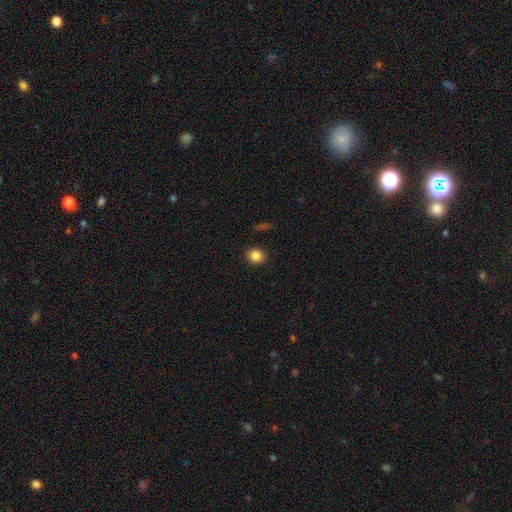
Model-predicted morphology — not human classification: Overall: smooth (85%). How rounded: round (76%). Merging: none (91%).